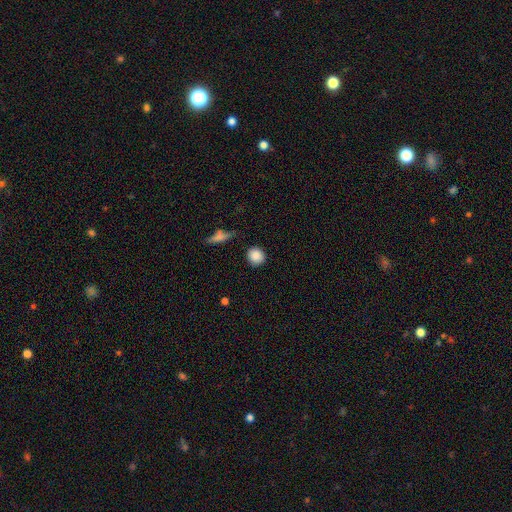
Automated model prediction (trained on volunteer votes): Q: Smooth or featured?
A: smooth (87%); runner-up: star or artifact (8%)
Q: How rounded?
A: round (87%); runner-up: in between (12%)
Q: Merging?
A: none (86%); runner-up: minor disturbance (9%)